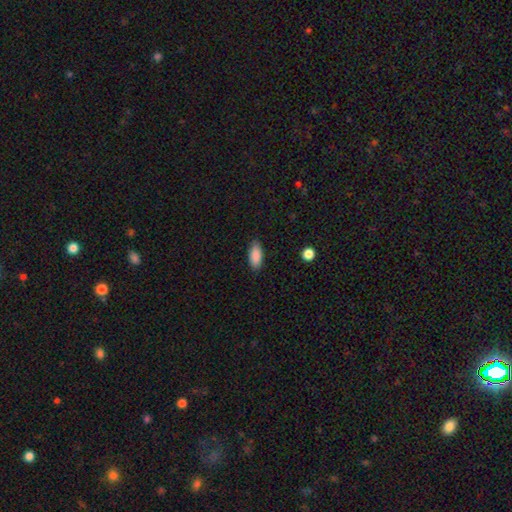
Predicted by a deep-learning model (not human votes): smooth-or-featured: smooth: 88% | star or artifact: 7% | featured or disk: 5%
  how-rounded: in between: 85% | cigar-shaped: 13% | round: 2%
  merging: none: 85% | minor disturbance: 11% | major disturbance: 2% | merger: 1%